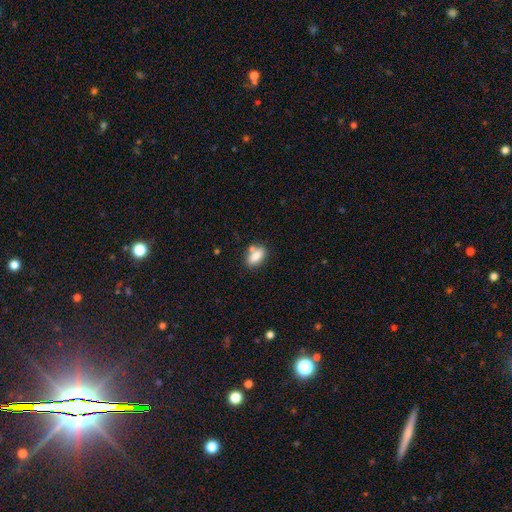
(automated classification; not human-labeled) smooth-or-featured: smooth: 81% | featured or disk: 11% | star or artifact: 8%
  how-rounded: in between: 84% | cigar-shaped: 8% | round: 8%
  merging: none: 62% | merger: 19% | minor disturbance: 15% | major disturbance: 4%